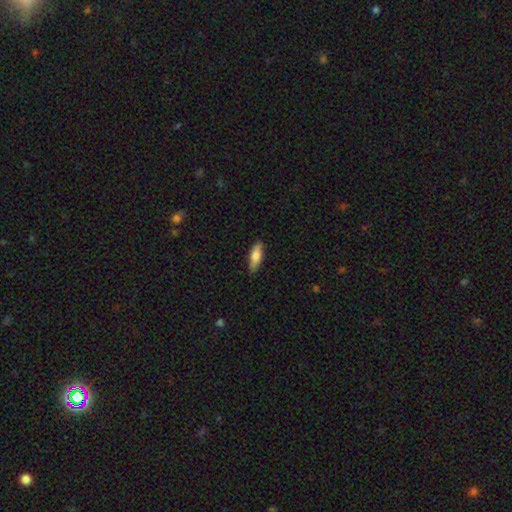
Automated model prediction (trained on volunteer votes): Q: Smooth or featured?
A: smooth (76%); runner-up: featured or disk (19%)
Q: How rounded?
A: in between (54%); runner-up: cigar-shaped (44%)
Q: Merging?
A: none (85%); runner-up: minor disturbance (11%)